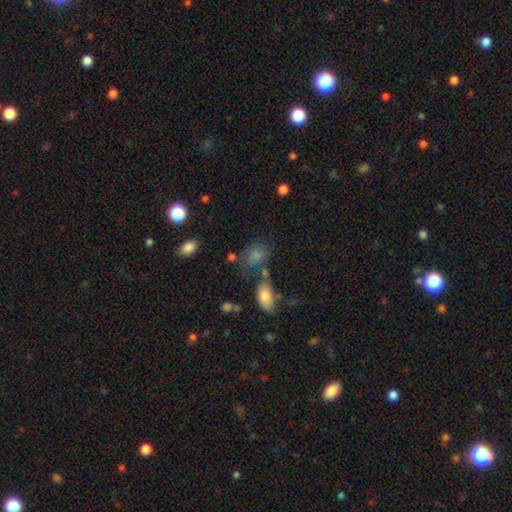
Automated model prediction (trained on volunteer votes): This appears to be a smooth galaxy with no disk features (74%) that is in between round and cigar-shaped (68%). Merging: none (51%).